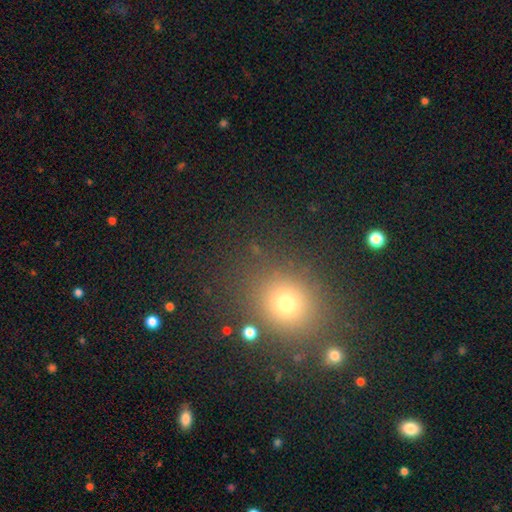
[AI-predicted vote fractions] The model was most divided on "smooth or featured": smooth: 62%, star or artifact: 31%, featured or disk: 8%. More confident: merging — none (85%); how rounded — round (77%).